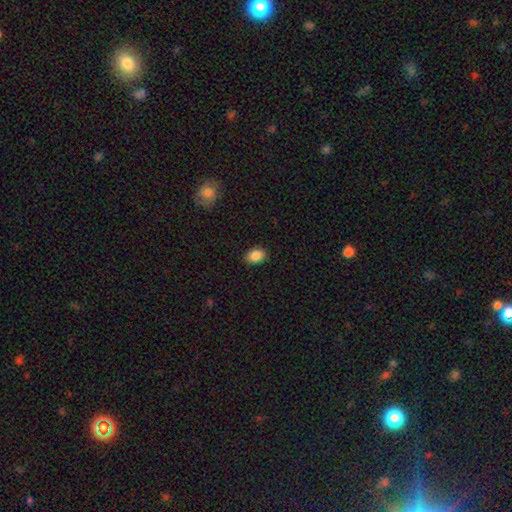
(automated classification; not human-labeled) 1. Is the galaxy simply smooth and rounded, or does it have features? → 87% smooth, 8% star or artifact, 4% featured or disk.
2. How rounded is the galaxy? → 73% in between, 26% round, 1% cigar-shaped.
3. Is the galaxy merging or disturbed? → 89% none, 8% minor disturbance, 2% major disturbance, 1% merger.